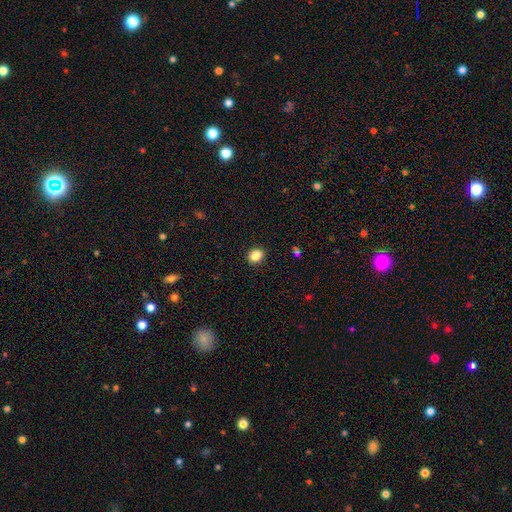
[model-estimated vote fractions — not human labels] A smooth galaxy with no disk features (86%) that is round (51%). Merging: none (91%).